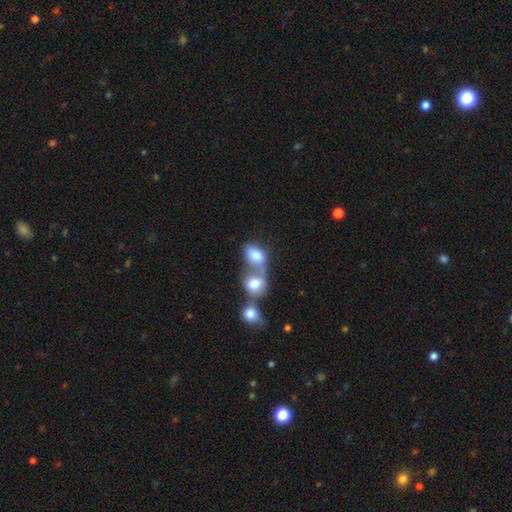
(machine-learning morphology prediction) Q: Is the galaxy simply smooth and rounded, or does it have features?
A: smooth — 79%.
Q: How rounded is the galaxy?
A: in between — 74%.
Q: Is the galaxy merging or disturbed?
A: merger — 64%.